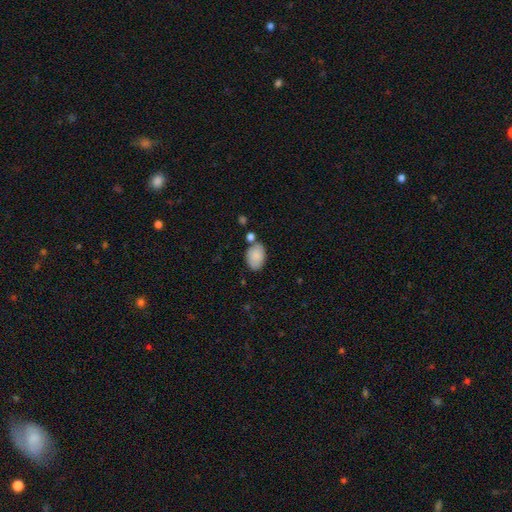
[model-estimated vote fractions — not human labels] Overall: smooth (86%). How rounded: in between (90%). Merging: none (66%).